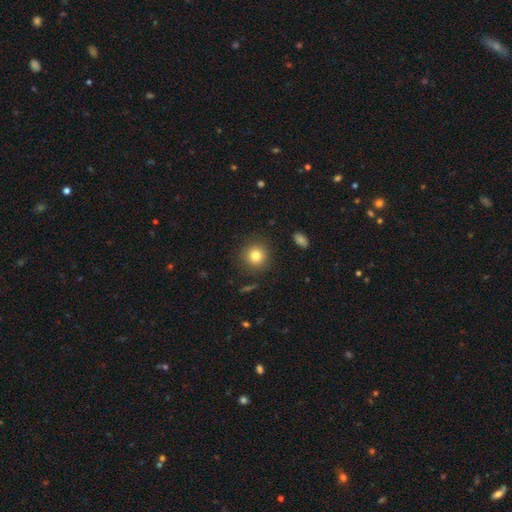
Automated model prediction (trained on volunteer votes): Morphology: type=smooth (81%); roundness=round (92%); merging=none (89%).